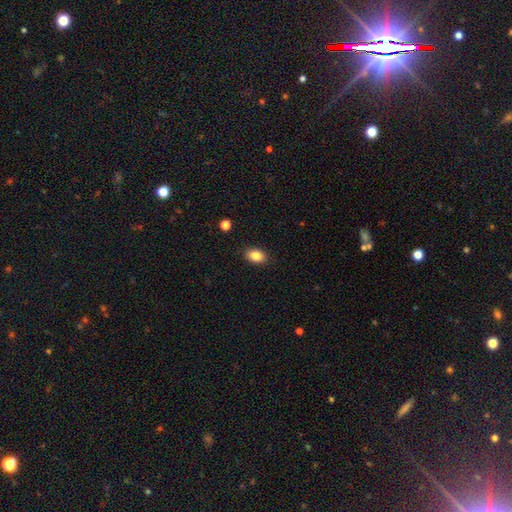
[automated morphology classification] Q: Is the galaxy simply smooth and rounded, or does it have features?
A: smooth — 86%.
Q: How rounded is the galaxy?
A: in between — 85%.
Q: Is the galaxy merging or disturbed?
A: none — 89%.